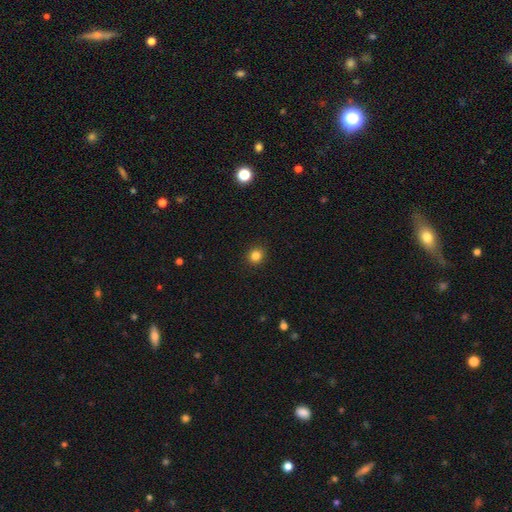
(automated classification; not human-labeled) Smooth or featured? Predicted: smooth (p=0.83). How rounded? Predicted: round (p=0.87). Merging? Predicted: none (p=0.92).